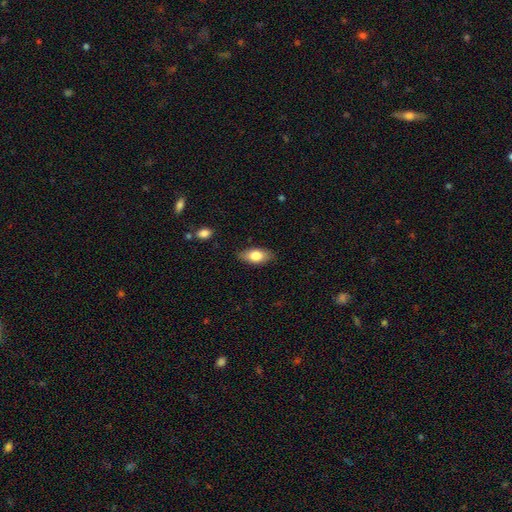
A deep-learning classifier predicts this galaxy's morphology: Smooth or featured? Predicted: smooth (p=0.78). How rounded? Predicted: in between (p=0.89). Merging? Predicted: none (p=0.85).